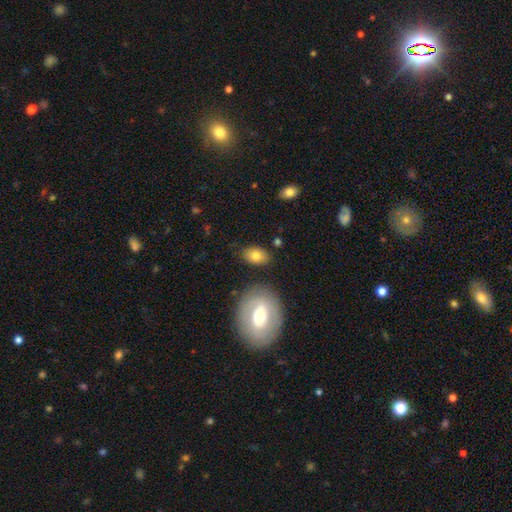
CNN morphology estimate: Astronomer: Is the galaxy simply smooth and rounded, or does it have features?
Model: smooth — 77%.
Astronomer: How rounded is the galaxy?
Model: in between — 84%.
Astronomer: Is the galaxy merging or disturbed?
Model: none — 81%.